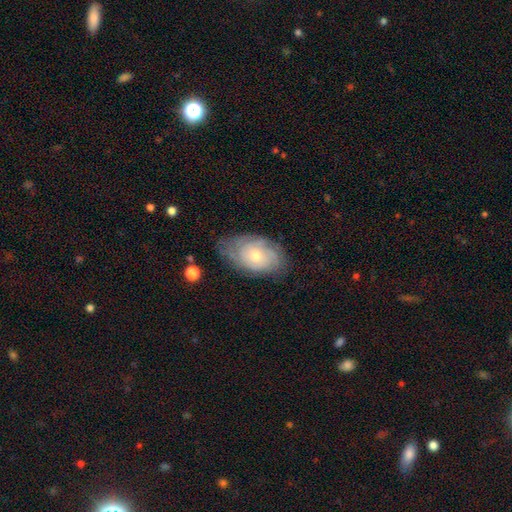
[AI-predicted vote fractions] smooth_or_featured: featured or disk (p=0.70) [alt: smooth p=0.23]
disk_edge_on: no (p=0.95) [alt: yes p=0.05]
bar: no (p=0.81) [alt: weak p=0.17]
has_spiral_arms: yes (p=0.87) [alt: no p=0.13]
spiral_winding: tight (p=0.70) [alt: medium p=0.23]
spiral_arm_count: can't tell (p=0.53) [alt: 2 p=0.17]
bulge_size: small (p=0.49) [alt: moderate p=0.47]
merging: none (p=0.68) [alt: minor disturbance p=0.23]